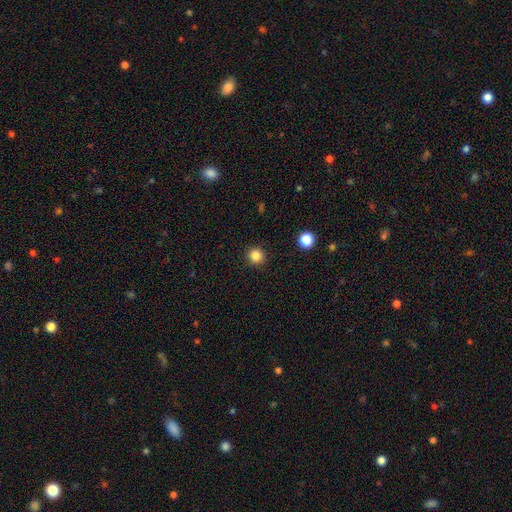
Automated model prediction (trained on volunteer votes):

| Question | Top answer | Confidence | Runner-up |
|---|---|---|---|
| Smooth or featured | smooth | 84% | star or artifact (12%) |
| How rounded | round | 93% | in between (6%) |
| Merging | none | 92% | minor disturbance (5%) |